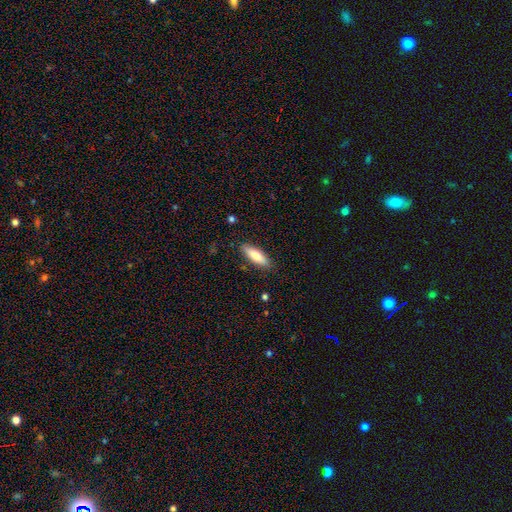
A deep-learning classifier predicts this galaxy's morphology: A smooth galaxy with no disk features (77%) that is in between round and cigar-shaped (55%). Merging: none (86%).